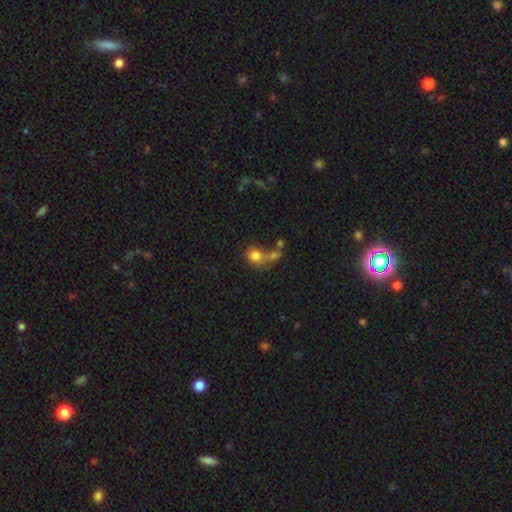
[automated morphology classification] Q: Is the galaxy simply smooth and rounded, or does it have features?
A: smooth — 77%.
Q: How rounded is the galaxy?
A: round — 67%.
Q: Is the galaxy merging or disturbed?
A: merger — 44%.